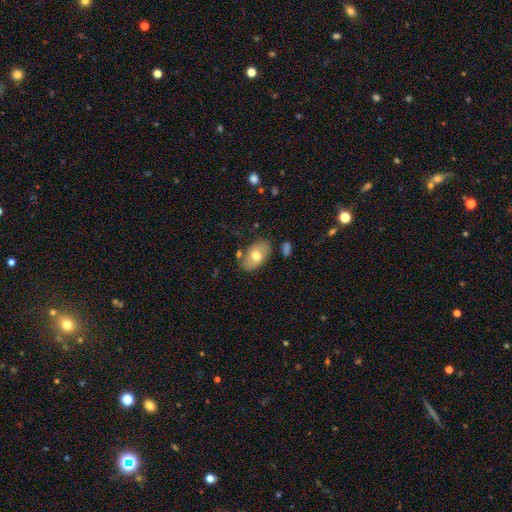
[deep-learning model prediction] A smooth galaxy with no disk features (68%) that is in between round and cigar-shaped (92%).

Vote fractions:
- Smooth or featured? smooth: 68% / featured or disk: 25% / star or artifact: 7%
- How rounded? in between: 92% / round: 6% / cigar-shaped: 2%
- Merging? none: 77% / minor disturbance: 15% / merger: 5% / major disturbance: 3%